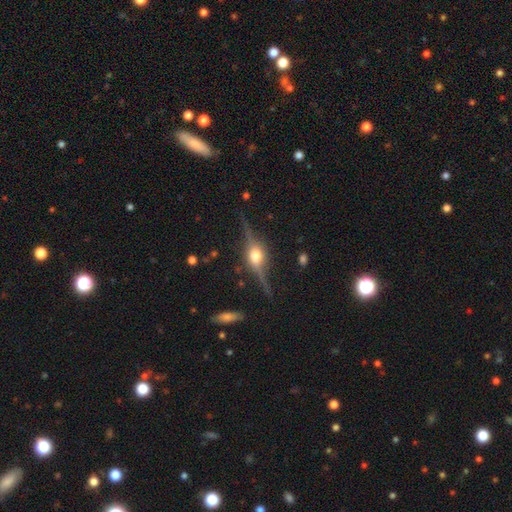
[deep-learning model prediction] A featured or disk galaxy (84%) viewed edge-on (96%) with a rounded central bulge (94%). Merging: none (83%).